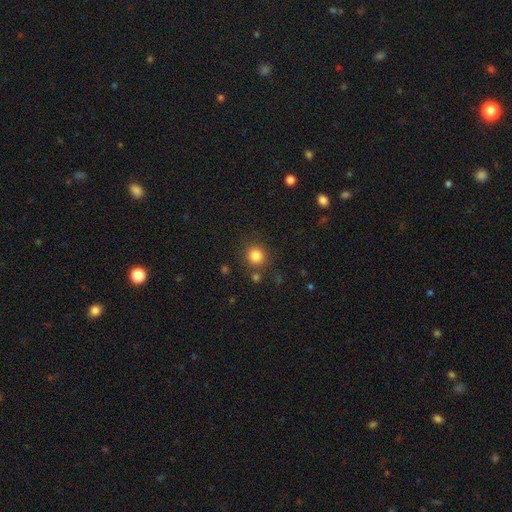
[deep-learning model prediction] Overall: smooth (83%). How rounded: round (91%). Merging: none (83%).